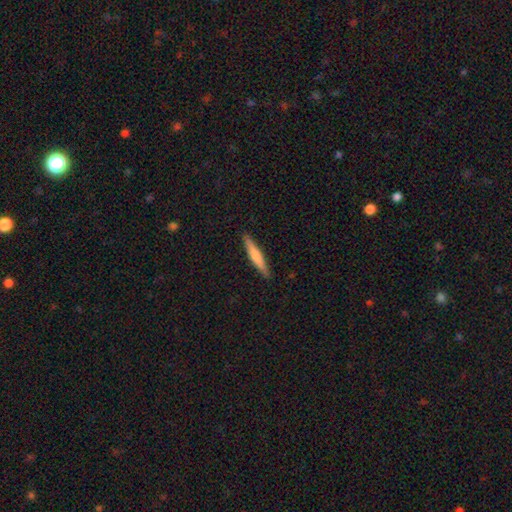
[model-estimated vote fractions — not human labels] Smooth or featured? smooth (62%)
How rounded? cigar-shaped (93%)
Merging? none (91%)